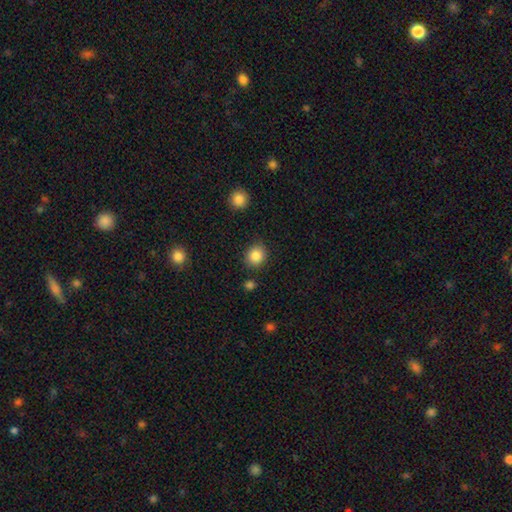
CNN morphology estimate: Smooth or featured? smooth (86%)
How rounded? round (80%)
Merging? none (85%)